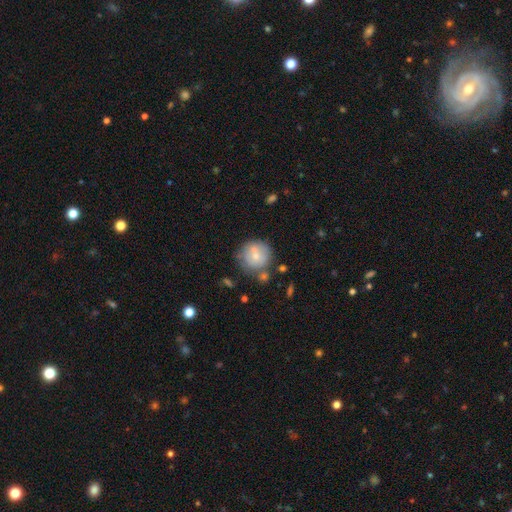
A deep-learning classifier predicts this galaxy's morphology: type=smooth (69%); roundness=round (91%); merging=none (61%).